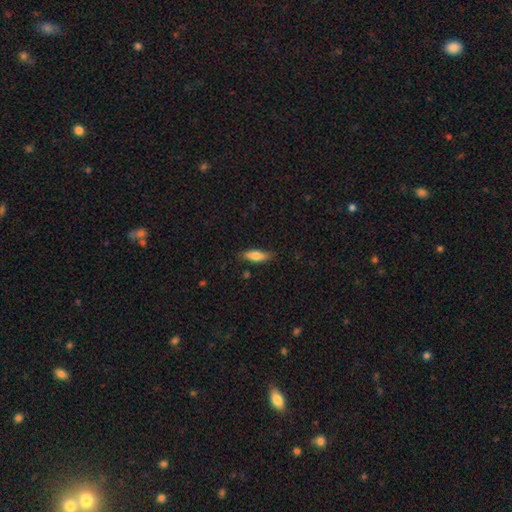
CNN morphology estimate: Q: Smooth or featured?
A: smooth (77%); runner-up: featured or disk (17%)
Q: How rounded?
A: in between (62%); runner-up: cigar-shaped (36%)
Q: Merging?
A: none (82%); runner-up: minor disturbance (14%)